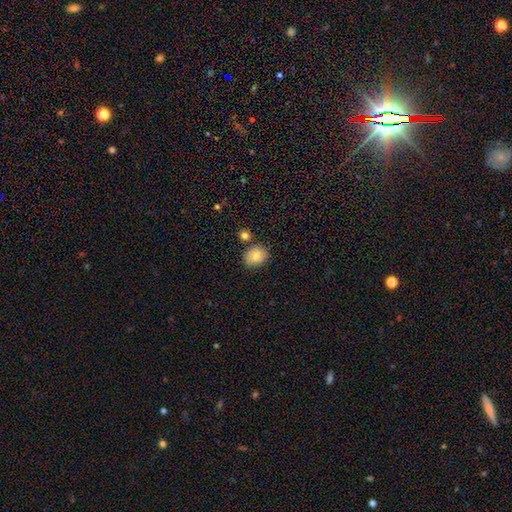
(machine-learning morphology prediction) Smooth or featured? Predicted: smooth (p=0.82). How rounded? Predicted: round (p=0.61). Merging? Predicted: none (p=0.76).